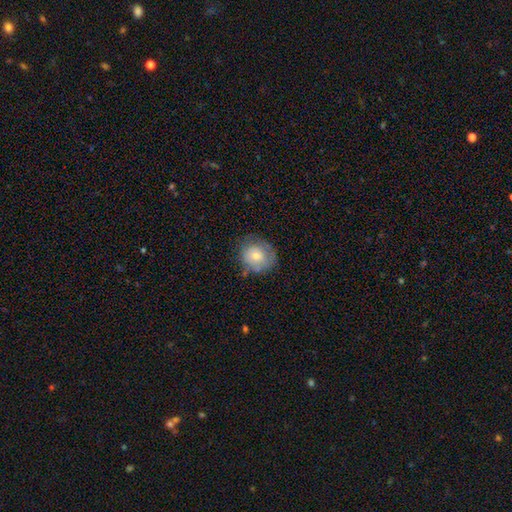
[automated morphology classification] smooth-or-featured: smooth: 63% | featured or disk: 28% | star or artifact: 8%
  how-rounded: round: 80% | in between: 19% | cigar-shaped: 1%
  merging: none: 68% | minor disturbance: 22% | major disturbance: 7% | merger: 2%